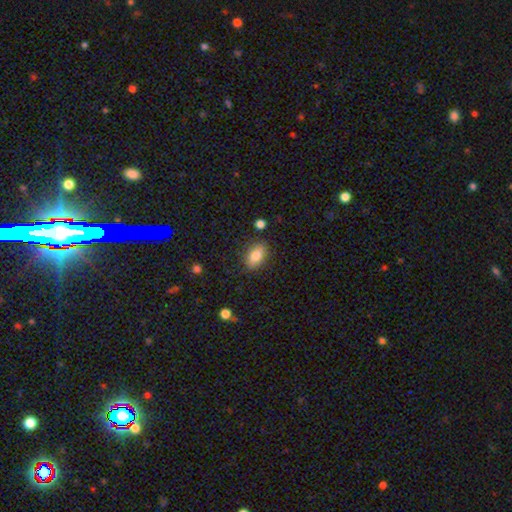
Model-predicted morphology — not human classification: Overall: smooth (81%). How rounded: in between (88%). Merging: none (84%).